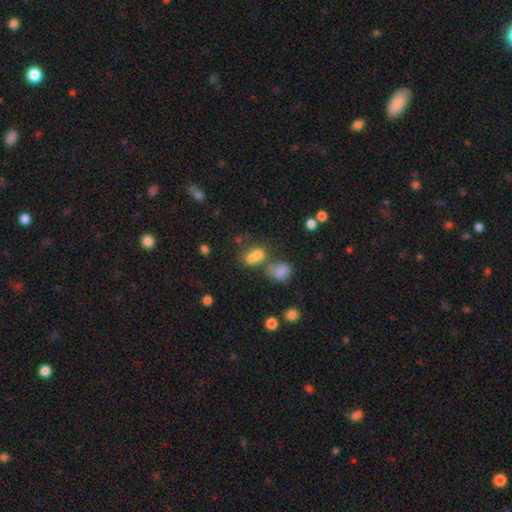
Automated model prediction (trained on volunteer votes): smooth_or_featured: smooth (p=0.66) [alt: star or artifact p=0.19]
how_rounded: round (p=0.52) [alt: in between p=0.46]
merging: merger (p=0.54) [alt: none p=0.31]